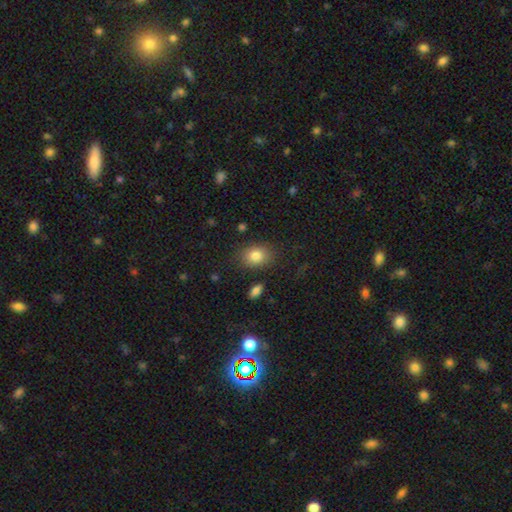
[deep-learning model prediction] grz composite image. It shows a smooth galaxy with no disk features (83%) that is in between round and cigar-shaped (59%). Merging: none (82%).